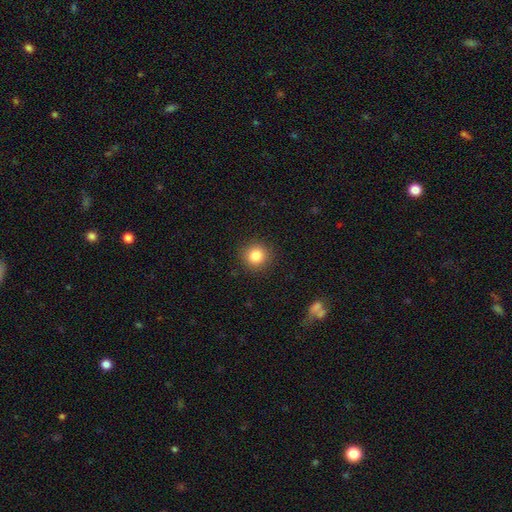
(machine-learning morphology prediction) smooth 84%, star or artifact 11%, featured or disk 6%. Down the decision tree: how rounded — round (92%); merging — none (91%).